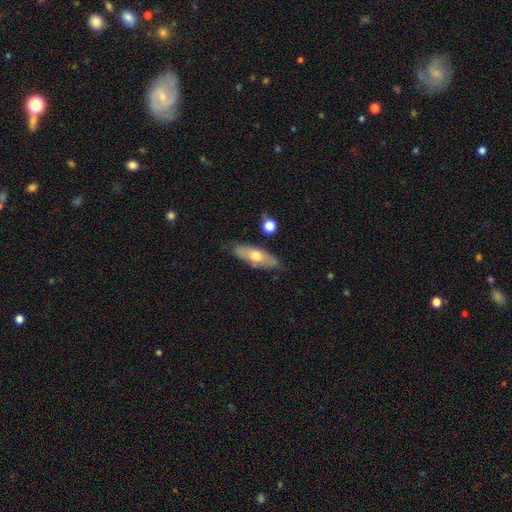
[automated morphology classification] Smooth or featured? smooth (52%)
How rounded? in between (64%)
Merging? none (80%)